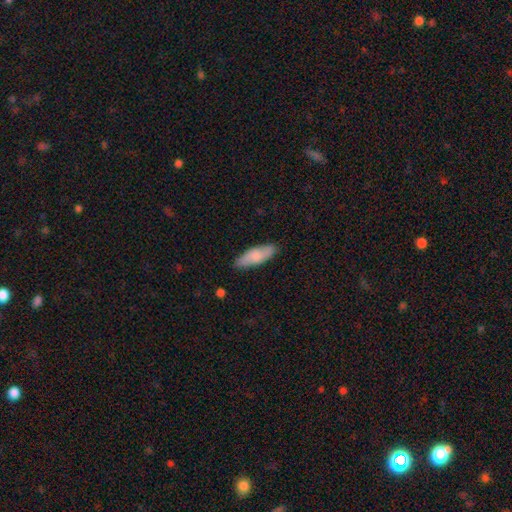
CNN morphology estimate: type=smooth (79%); roundness=in between (56%); merging=none (84%).